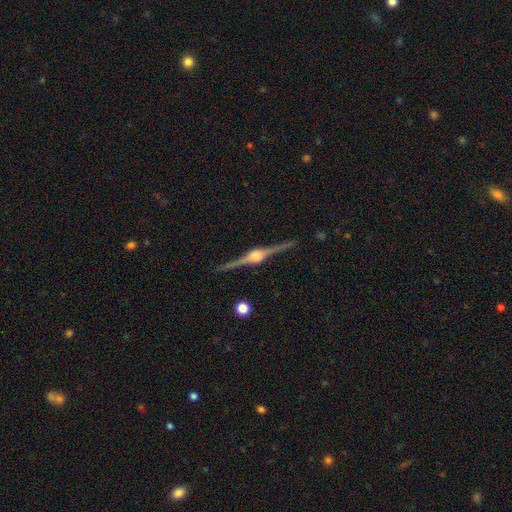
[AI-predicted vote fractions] This is clearly a featured or disk galaxy (90%). It is clearly viewed edge-on (98%). Edge-on bulge: clearly rounded (90%). Merging: clearly none (91%).